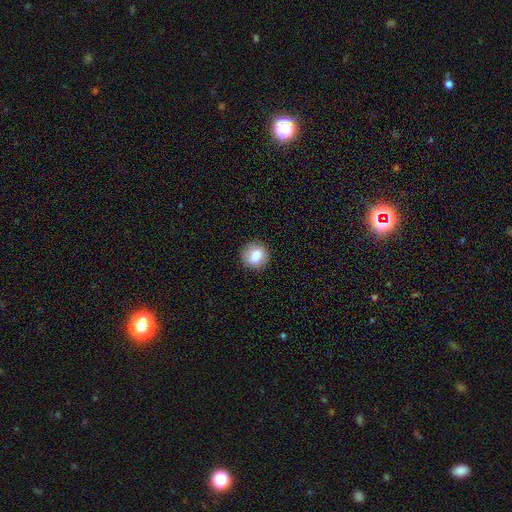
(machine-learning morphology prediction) Smooth or featured? smooth (82%)
How rounded? round (84%)
Merging? none (87%)